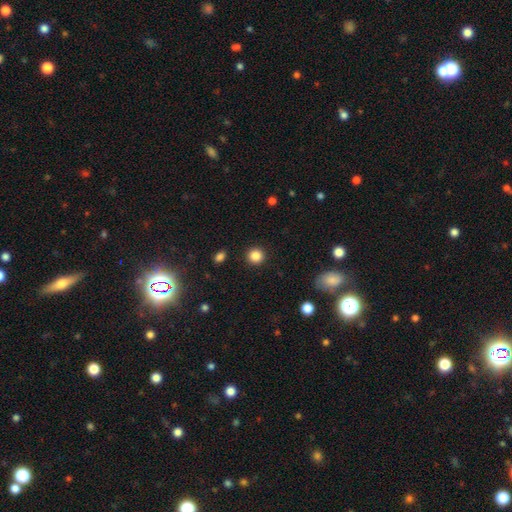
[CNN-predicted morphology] Smooth or featured? Predicted: smooth (p=0.86). How rounded? Predicted: round (p=0.93). Merging? Predicted: none (p=0.92).